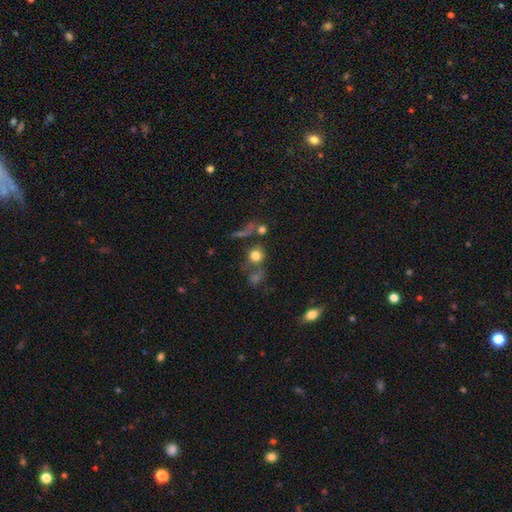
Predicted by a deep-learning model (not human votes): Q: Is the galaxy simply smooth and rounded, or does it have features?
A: smooth — 70%.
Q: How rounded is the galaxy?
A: round — 81%.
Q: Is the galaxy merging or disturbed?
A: none — 47%.